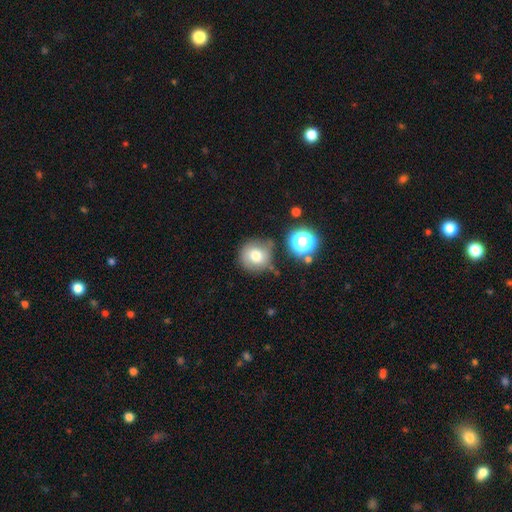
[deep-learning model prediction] Overall: smooth (74%). How rounded: round (90%). Merging: none (72%).